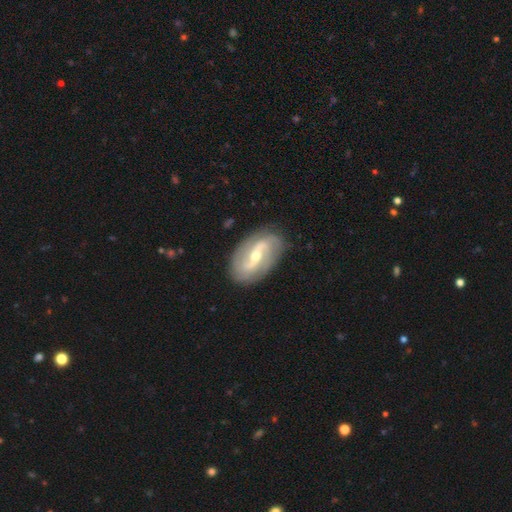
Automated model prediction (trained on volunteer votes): A featured or disk galaxy (84%) with a strong bar (45%), 2 (83%) loose (39%) spiral arms (91%) and a moderate central bulge (56%).

Vote fractions:
- Smooth or featured? featured or disk: 84% / smooth: 11% / star or artifact: 5%
- Edge-on disk? no: 94% / yes: 6%
- Bar? strong: 45% / weak: 39% / no: 16%
- Spiral arms? yes: 91% / no: 9%
- Spiral winding? loose: 39% / medium: 37% / tight: 24%
- Spiral arm count? 2: 83% / can't tell: 8% / 3: 4% / 1: 2% / 4: 2% / more than 4: 1%
- Bulge size? moderate: 56% / small: 40% / large: 2% / none: 1% / dominant: 1%
- Merging? none: 83% / minor disturbance: 12% / major disturbance: 3% / merger: 1%